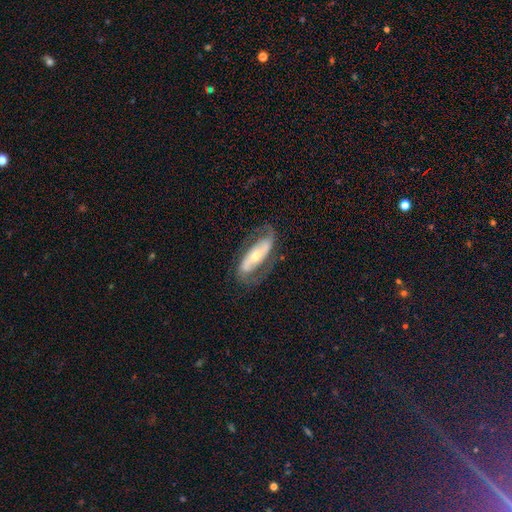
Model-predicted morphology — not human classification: A featured or disk galaxy (79%) with a strong bar (45%), 2 (87%) medium (42%) spiral arms (89%) and a moderate central bulge (48%).

Vote fractions:
- Smooth or featured? featured or disk: 79% / smooth: 16% / star or artifact: 5%
- Edge-on disk? no: 88% / yes: 12%
- Bar? strong: 45% / no: 32% / weak: 22%
- Spiral arms? yes: 89% / no: 11%
- Spiral winding? medium: 42% / loose: 32% / tight: 26%
- Spiral arm count? 2: 87% / can't tell: 7% / 1: 4% / 3: 1% / 4: 1% / more than 4: 1%
- Bulge size? moderate: 48% / small: 44% / large: 5% / none: 1% / dominant: 1%
- Merging? none: 72% / minor disturbance: 16% / major disturbance: 10% / merger: 2%